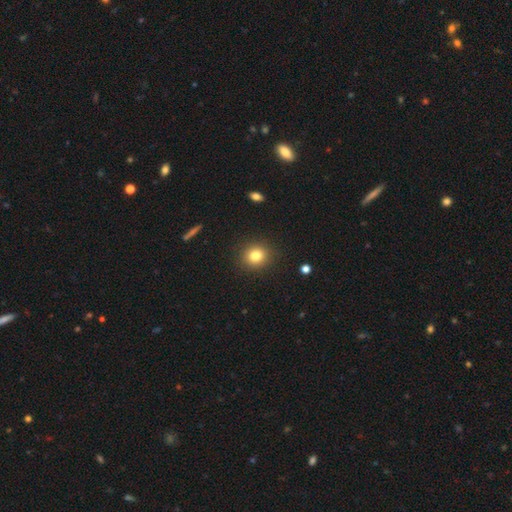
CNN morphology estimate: This is clearly a smooth galaxy (81%). How rounded: clearly round (84%). Merging: clearly none (90%).